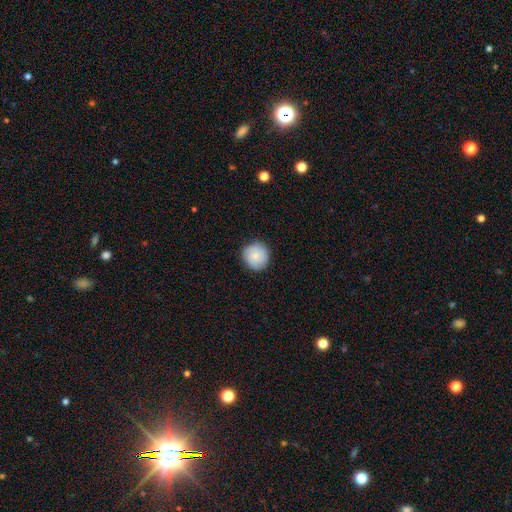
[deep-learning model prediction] Smooth or featured? smooth (78%)
How rounded? round (92%)
Merging? none (84%)